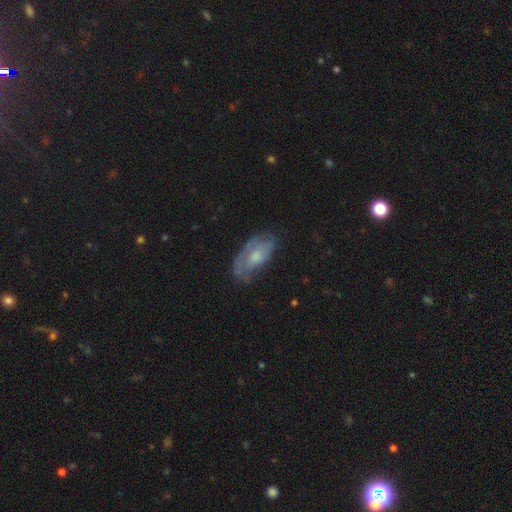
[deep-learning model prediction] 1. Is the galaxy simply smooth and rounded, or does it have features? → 47% smooth, 46% featured or disk, 7% star or artifact.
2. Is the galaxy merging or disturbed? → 55% none, 30% minor disturbance, 14% major disturbance, 2% merger.